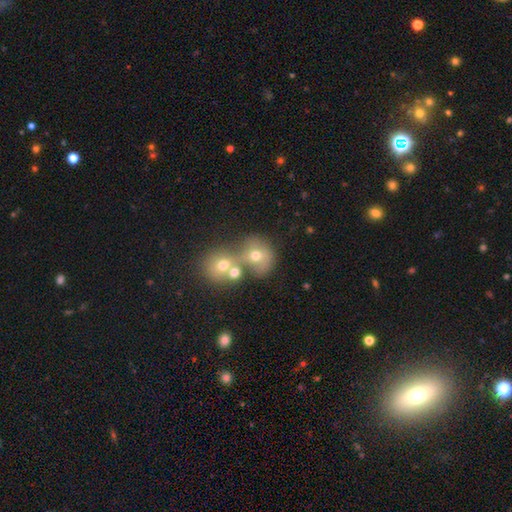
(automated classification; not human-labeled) Smooth or featured: smooth — 65% (featured or disk — 21%)
How rounded: round — 75% (in between — 24%)
Merging: merger — 58% (none — 28%)